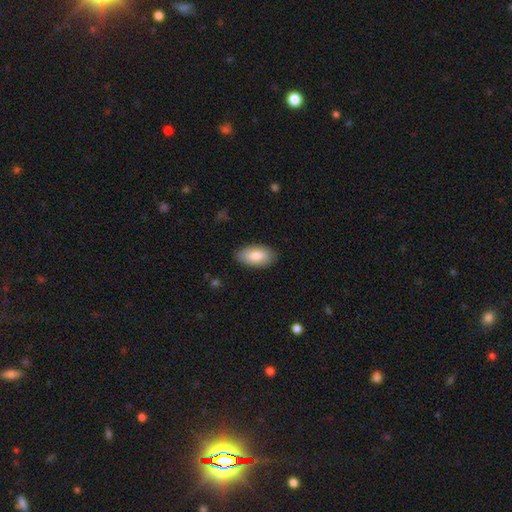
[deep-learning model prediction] Smooth or featured? Predicted: smooth (p=0.82). How rounded? Predicted: in between (p=0.94). Merging? Predicted: none (p=0.84).